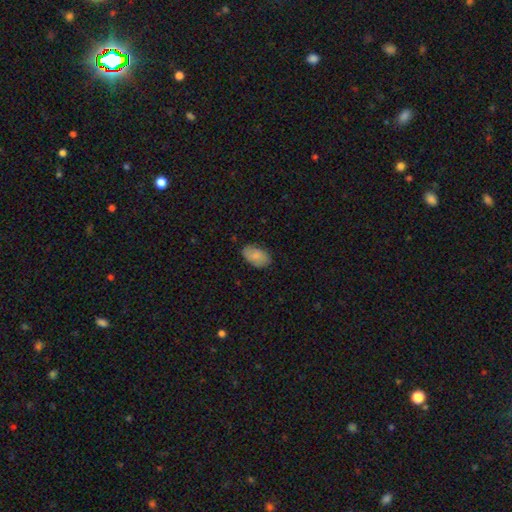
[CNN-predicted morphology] smooth_or_featured: smooth (p=0.80) [alt: featured or disk p=0.13]
how_rounded: in between (p=0.93) [alt: round p=0.05]
merging: none (p=0.78) [alt: minor disturbance p=0.18]